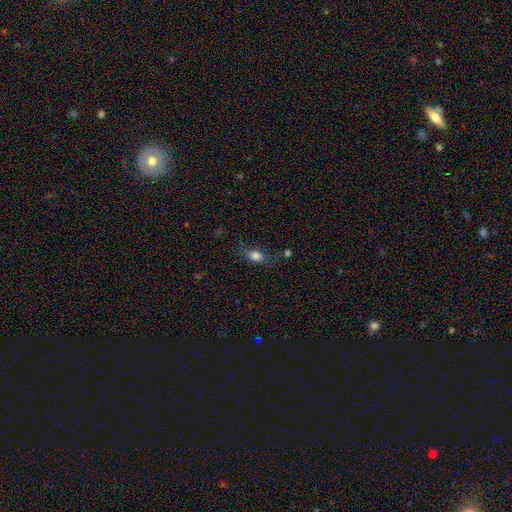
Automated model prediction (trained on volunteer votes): smooth-or-featured: smooth: 79% | star or artifact: 11% | featured or disk: 10%
  how-rounded: in between: 76% | round: 18% | cigar-shaped: 6%
  merging: none: 62% | minor disturbance: 24% | major disturbance: 11% | merger: 4%